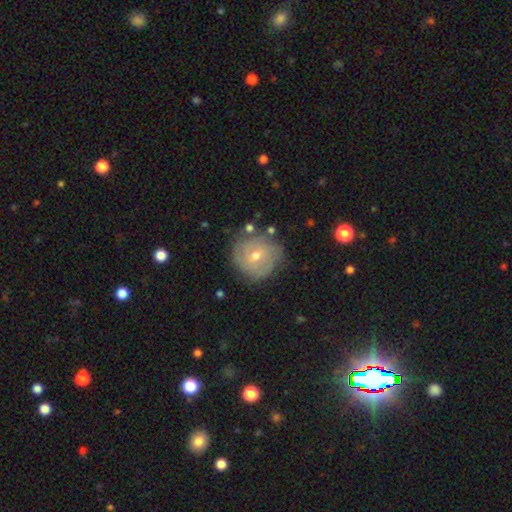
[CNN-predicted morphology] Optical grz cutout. It shows a featured or disk galaxy (62%) with no bar (56%), spiral arms (78%) and a moderate central bulge (56%). Merging: none (76%).